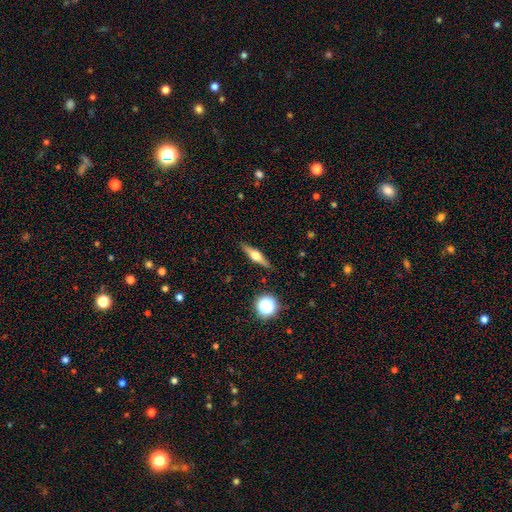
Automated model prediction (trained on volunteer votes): Smooth or featured?
  - featured or disk: 62% *
  - smooth: 30%
  - star or artifact: 8%
Edge-on disk?
  - yes: 95% *
  - no: 5%
Edge-on bulge?
  - rounded: 94% *
  - boxy: 4%
  - none: 2%
Merging?
  - none: 89% *
  - minor disturbance: 8%
  - major disturbance: 2%
  - merger: 1%